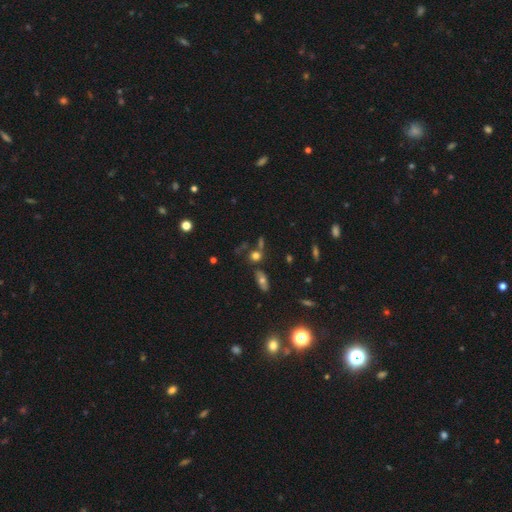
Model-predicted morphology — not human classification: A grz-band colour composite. It shows a smooth galaxy with no disk features (60%) that is round (75%). Merging: none (57%).